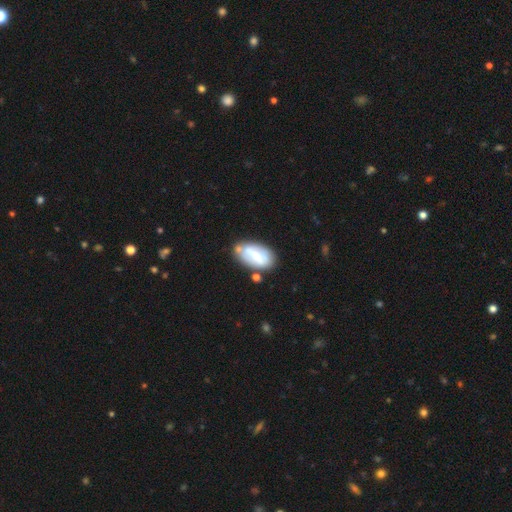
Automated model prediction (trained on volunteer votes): This is possibly a smooth galaxy (50%). Merging: likely none (62%).